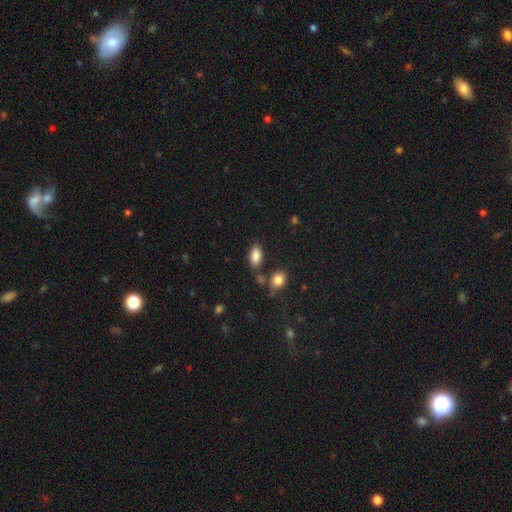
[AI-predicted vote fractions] A smooth galaxy with no disk features (86%) that is in between round and cigar-shaped (91%). Merging: none (75%).